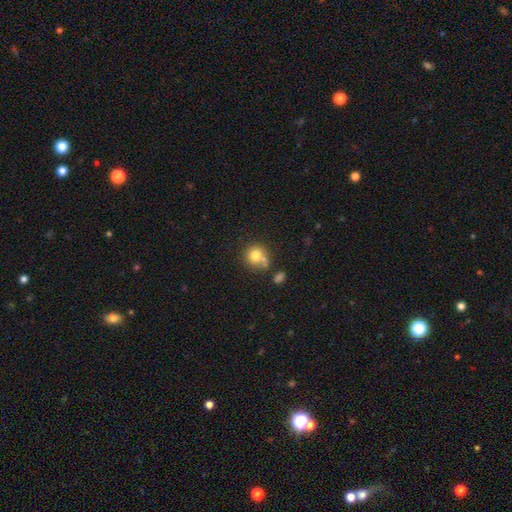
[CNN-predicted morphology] type=smooth (77%); roundness=round (87%); merging=none (52%).